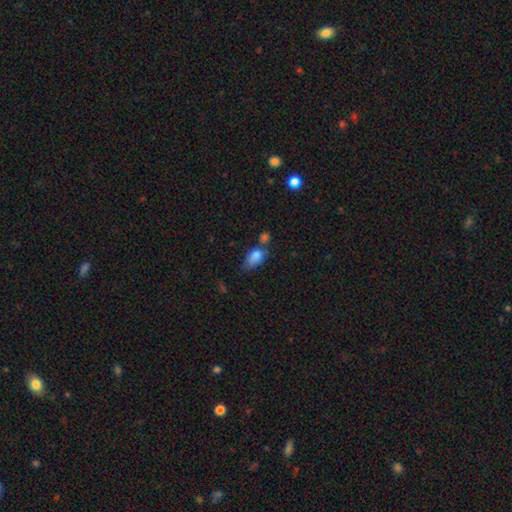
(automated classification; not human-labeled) Overall: smooth (82%). How rounded: in between (87%). Merging: none (40%; minor disturbance 27%).